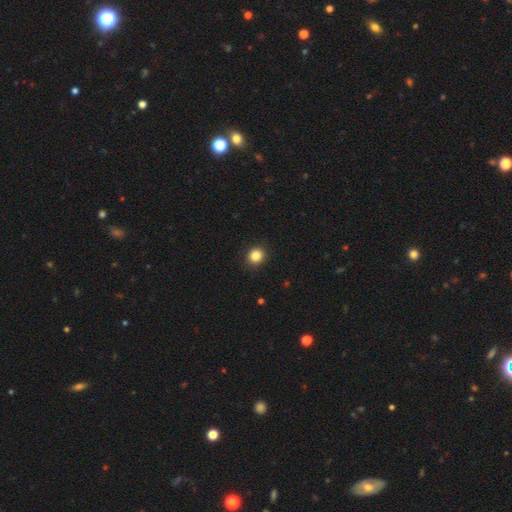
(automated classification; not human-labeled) Morphology: type=smooth (85%); roundness=round (82%); merging=none (91%).